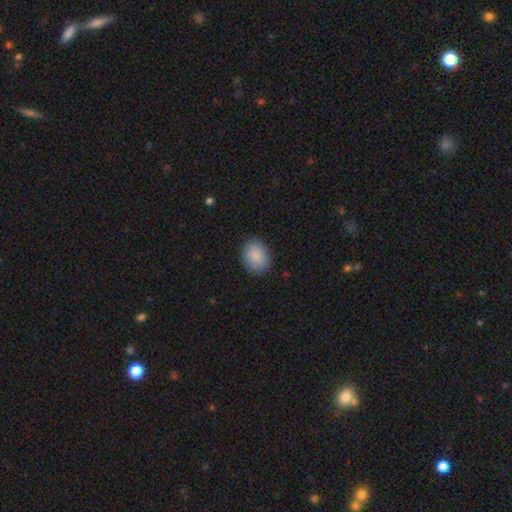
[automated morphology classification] smooth 89%, star or artifact 7%, featured or disk 4%. Down the decision tree: how rounded — in between (63%); merging — none (86%).